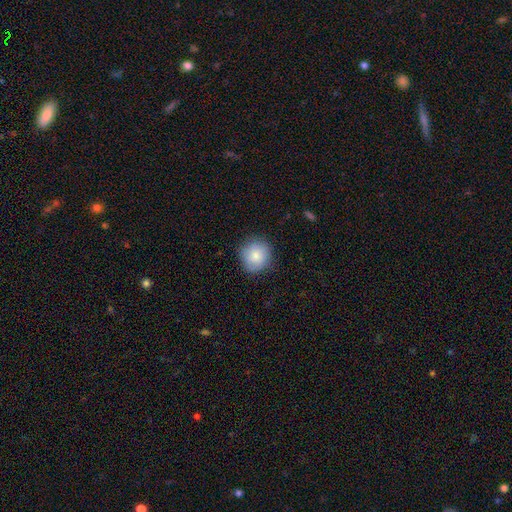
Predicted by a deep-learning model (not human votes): smooth_or_featured: smooth (p=0.85) [alt: featured or disk p=0.08]
how_rounded: round (p=0.90) [alt: in between p=0.09]
merging: none (p=0.84) [alt: minor disturbance p=0.13]